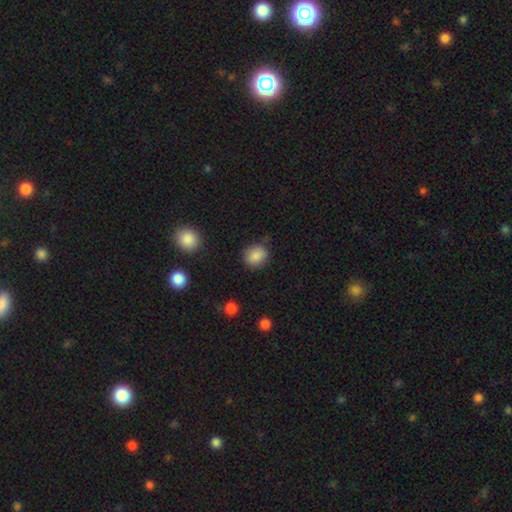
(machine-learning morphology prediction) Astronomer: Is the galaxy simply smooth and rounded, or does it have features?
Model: smooth — 86%.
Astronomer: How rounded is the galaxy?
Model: round — 69%.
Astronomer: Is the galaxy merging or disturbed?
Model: none — 82%.